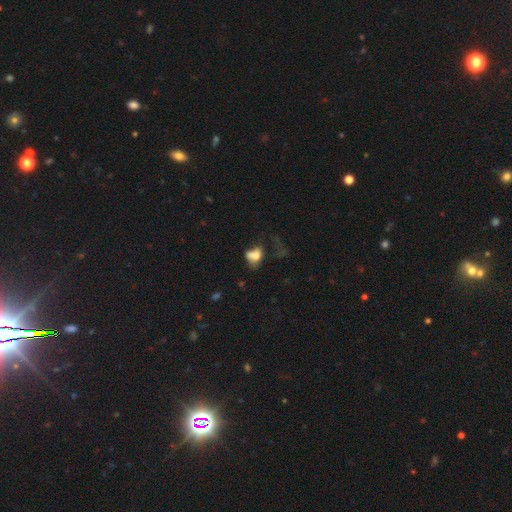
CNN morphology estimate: Smooth or featured? Predicted: smooth (p=0.64). How rounded? Predicted: in between (p=0.67). Merging? Predicted: major disturbance (p=0.38).